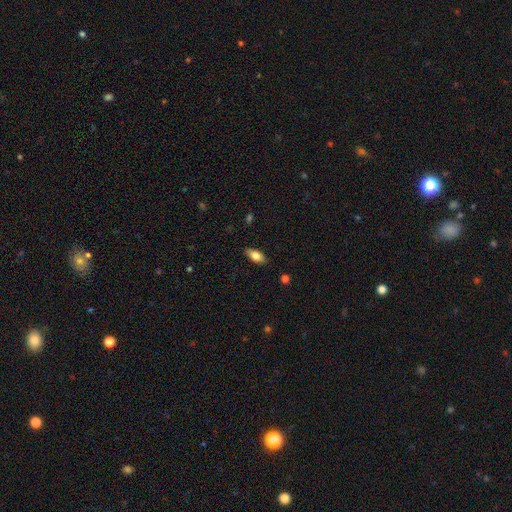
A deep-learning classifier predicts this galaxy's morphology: Overall: smooth (81%). How rounded: in between (88%). Merging: none (86%).